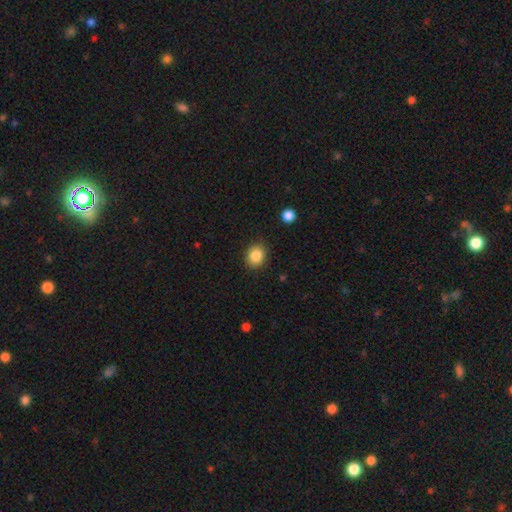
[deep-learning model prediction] This appears to be a smooth galaxy with no disk features (86%) that is round (62%). Merging: none (88%).